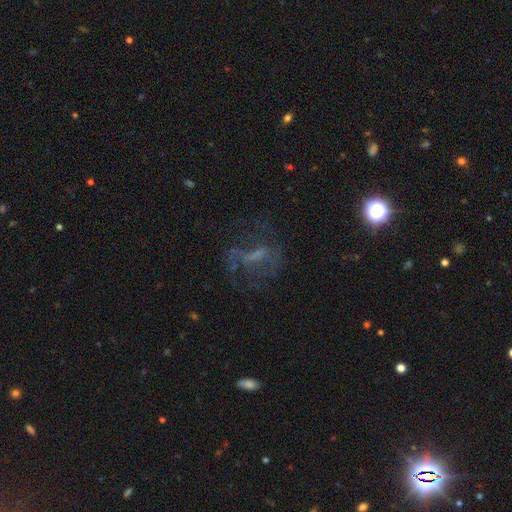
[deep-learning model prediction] This is possibly a featured or disk galaxy (49%). Merging: possibly none (54%).